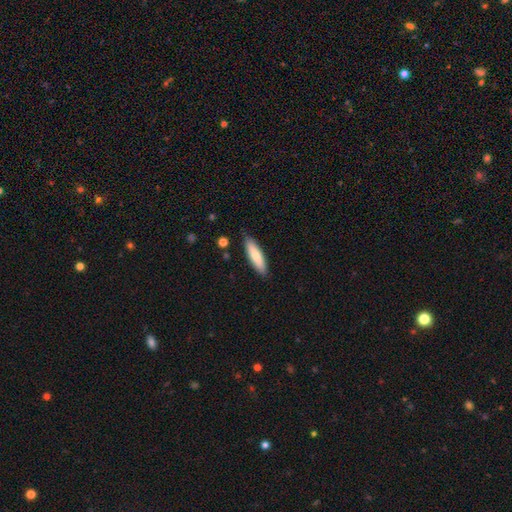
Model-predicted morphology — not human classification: A smooth galaxy with no disk features (76%) that is cigar-shaped (68%).

Vote fractions:
- Smooth or featured? smooth: 76% / featured or disk: 18% / star or artifact: 6%
- How rounded? cigar-shaped: 68% / in between: 30% / round: 1%
- Merging? none: 85% / minor disturbance: 12% / major disturbance: 2% / merger: 1%